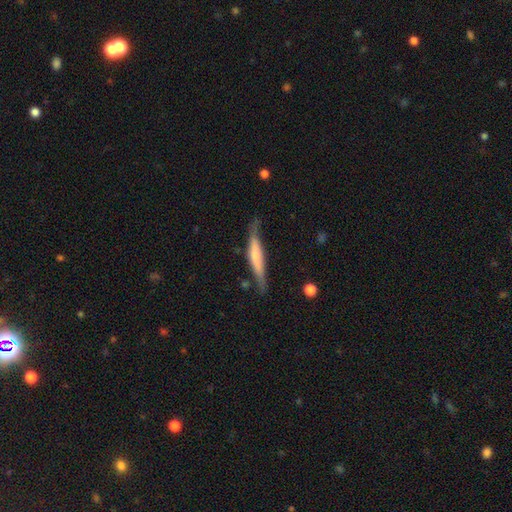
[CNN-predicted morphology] This appears to be a smooth galaxy with no disk features (47%, tied with featured or disk). Merging: none (64%).